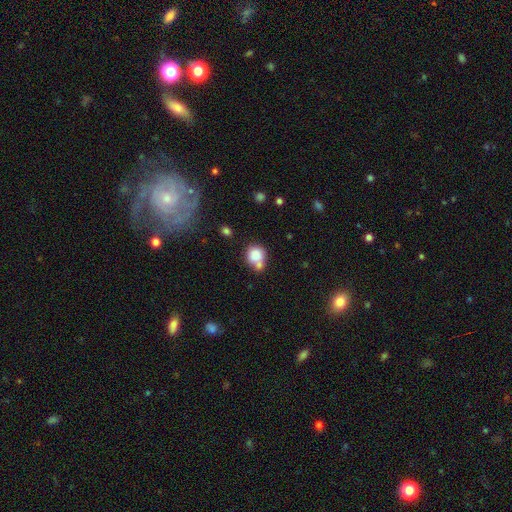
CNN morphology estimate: Smooth or featured? Predicted: smooth (p=0.80). How rounded? Predicted: round (p=0.75). Merging? Predicted: none (p=0.41).